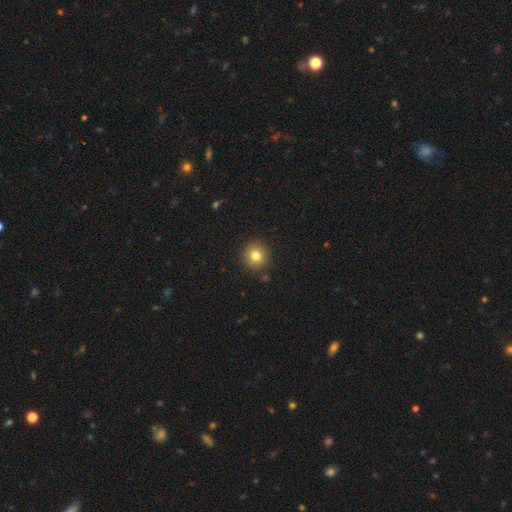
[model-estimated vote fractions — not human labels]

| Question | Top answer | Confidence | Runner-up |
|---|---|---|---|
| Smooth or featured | smooth | 79% | star or artifact (12%) |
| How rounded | round | 92% | in between (7%) |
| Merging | none | 90% | minor disturbance (6%) |